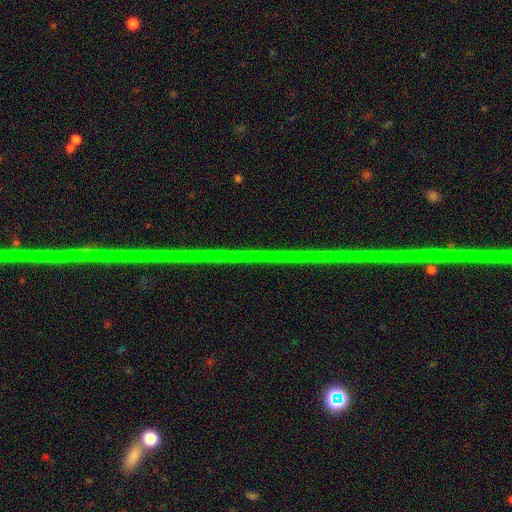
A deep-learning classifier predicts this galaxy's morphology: smooth-or-featured: star or artifact: 88% | featured or disk: 7% | smooth: 5%